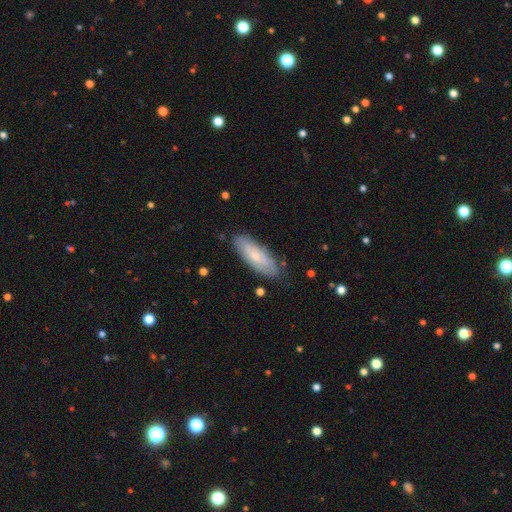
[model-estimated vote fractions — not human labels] A smooth galaxy with no disk features (61%) that is in between round and cigar-shaped (65%). Merging: none (79%).